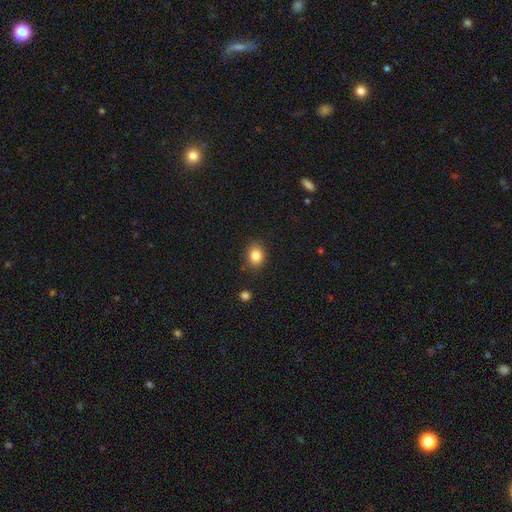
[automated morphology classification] Q: Smooth or featured?
A: smooth (85%); runner-up: star or artifact (10%)
Q: How rounded?
A: round (55%); runner-up: in between (44%)
Q: Merging?
A: none (86%); runner-up: minor disturbance (10%)